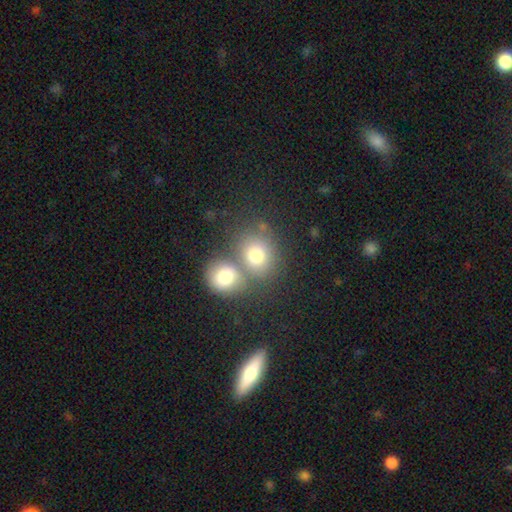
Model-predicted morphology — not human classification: A smooth galaxy with no disk features (76%) that is round (74%).

Vote fractions:
- Smooth or featured? smooth: 76% / featured or disk: 12% / star or artifact: 11%
- How rounded? round: 74% / in between: 25% / cigar-shaped: 1%
- Merging? merger: 47% / none: 42% / minor disturbance: 8% / major disturbance: 4%